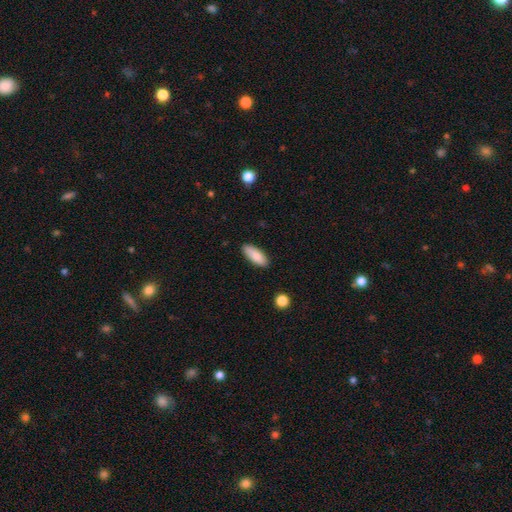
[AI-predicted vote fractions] A smooth galaxy with no disk features (86%) that is in between round and cigar-shaped (74%). Merging: none (86%).